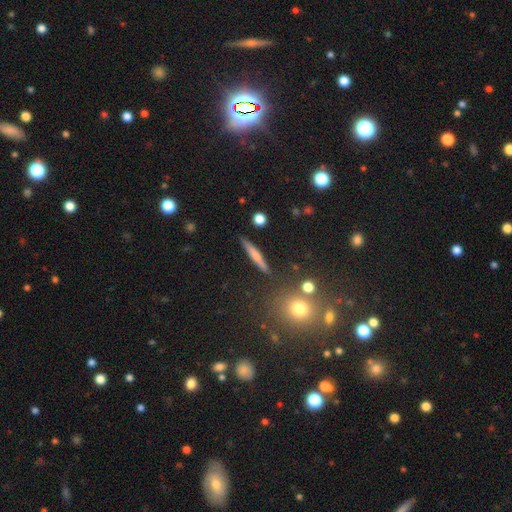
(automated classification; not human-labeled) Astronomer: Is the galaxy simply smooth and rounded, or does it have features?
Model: smooth — 61%.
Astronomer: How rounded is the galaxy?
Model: cigar-shaped — 91%.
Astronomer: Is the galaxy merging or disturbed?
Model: none — 87%.